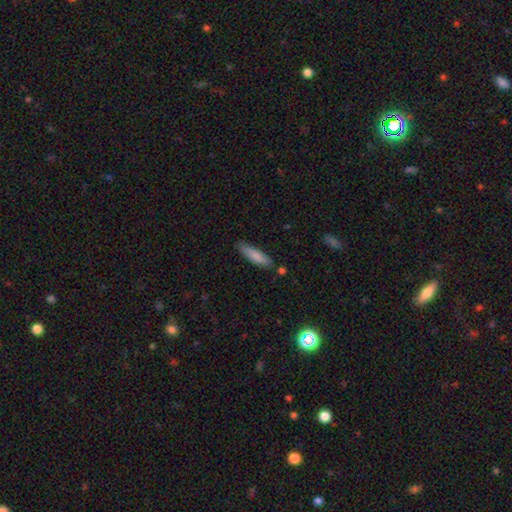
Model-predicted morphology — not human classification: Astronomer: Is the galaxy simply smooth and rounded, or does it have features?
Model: smooth — 83%.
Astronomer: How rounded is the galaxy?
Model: cigar-shaped — 69%.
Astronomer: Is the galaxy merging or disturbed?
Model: none — 79%.